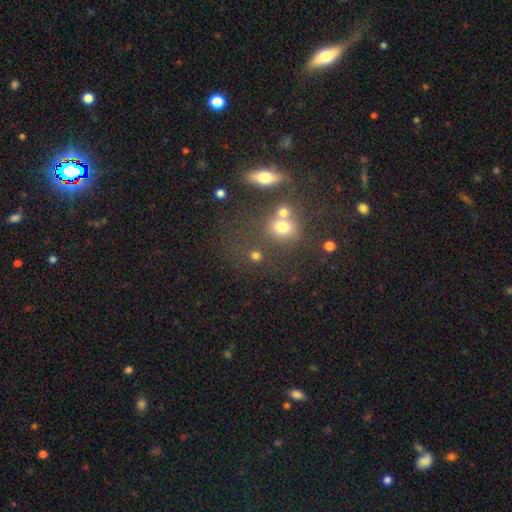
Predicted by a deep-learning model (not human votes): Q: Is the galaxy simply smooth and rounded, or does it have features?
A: smooth — 69%.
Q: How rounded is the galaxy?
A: round — 75%.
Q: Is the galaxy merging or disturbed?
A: none — 54%.